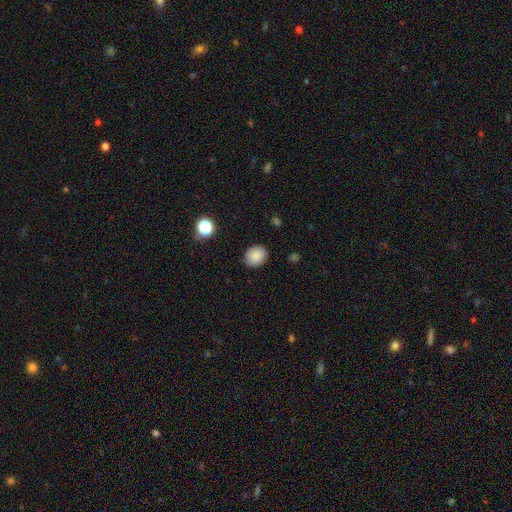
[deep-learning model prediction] smooth-or-featured: smooth: 87% | star or artifact: 9% | featured or disk: 4%
  how-rounded: round: 71% | in between: 28% | cigar-shaped: 1%
  merging: none: 88% | minor disturbance: 9% | major disturbance: 2% | merger: 1%